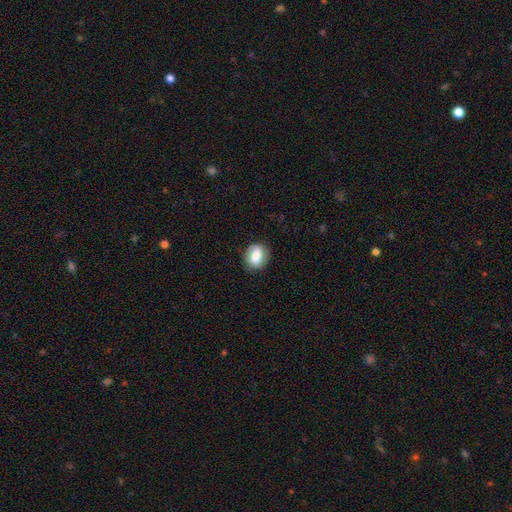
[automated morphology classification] This is likely a smooth galaxy (66%). How rounded: possibly in between (50%). Merging: clearly none (80%).